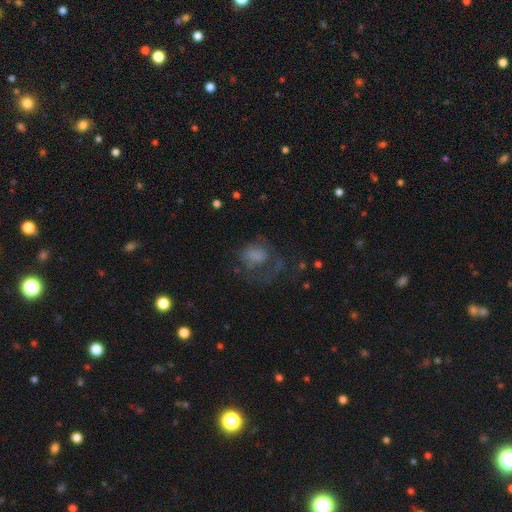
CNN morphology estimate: A smooth galaxy with no disk features (54%) that is round (50%). Merging: major disturbance (50%).